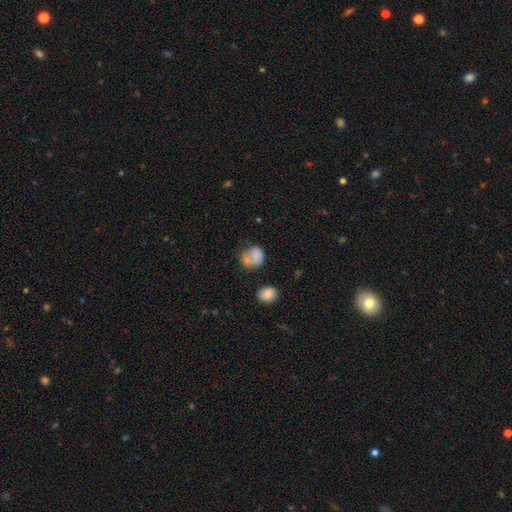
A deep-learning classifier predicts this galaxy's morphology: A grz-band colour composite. It shows a smooth galaxy with no disk features (72%) that is round (67%). Merging: none (42%).